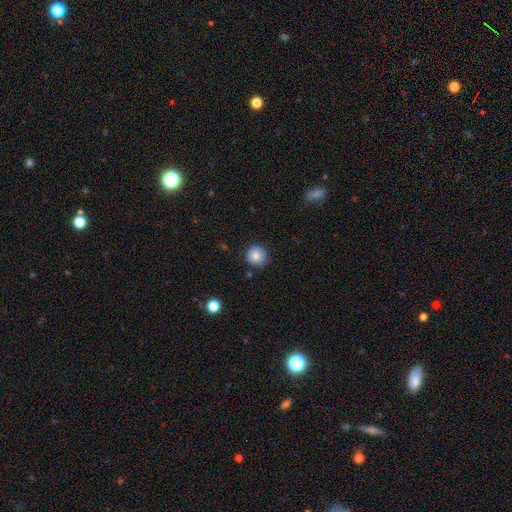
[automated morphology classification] This is clearly a smooth galaxy (81%). How rounded: clearly round (94%). Merging: clearly none (86%).